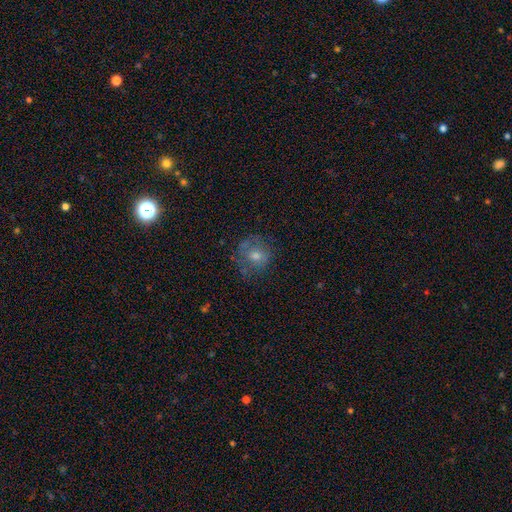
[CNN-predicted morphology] Smooth or featured? Predicted: smooth (p=0.49). Merging? Predicted: none (p=0.65).